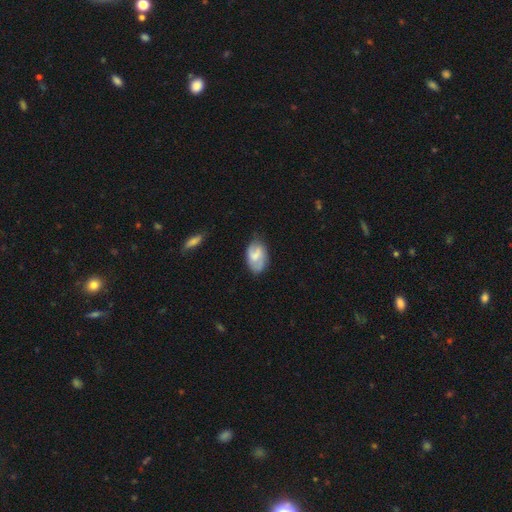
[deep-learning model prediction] Smooth or featured? smooth (51%)
How rounded? in between (90%)
Merging? none (65%)